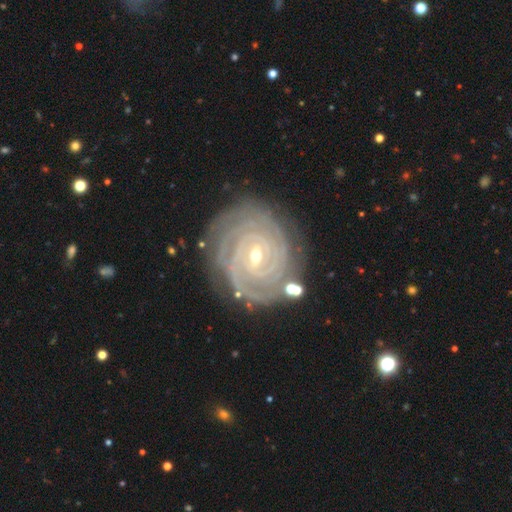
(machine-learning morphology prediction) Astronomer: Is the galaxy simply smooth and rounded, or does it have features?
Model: featured or disk — 92%.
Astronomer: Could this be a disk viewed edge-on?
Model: no — 97%.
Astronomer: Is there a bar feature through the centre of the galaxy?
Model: weak — 46% (runner-up: strong, 27%).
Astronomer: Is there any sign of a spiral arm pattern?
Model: yes — 99%.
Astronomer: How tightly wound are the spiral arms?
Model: tight — 88%.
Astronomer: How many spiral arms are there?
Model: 4 — 25% (runner-up: 3, 24%).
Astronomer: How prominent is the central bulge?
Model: small — 60% (runner-up: moderate, 38%).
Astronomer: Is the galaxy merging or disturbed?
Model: none — 81%.